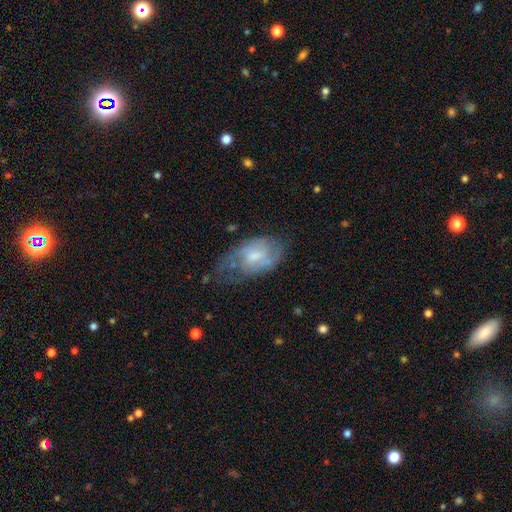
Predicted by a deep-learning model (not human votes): The model was most divided on "bulge size": moderate: 46%, small: 41%, none: 8%, large: 4%, dominant: 1%. Remaining: edge-on disk — no (96%); spiral arms — yes (79%); smooth or featured — featured or disk (65%); bar — weak (52%); merging — none (43%).